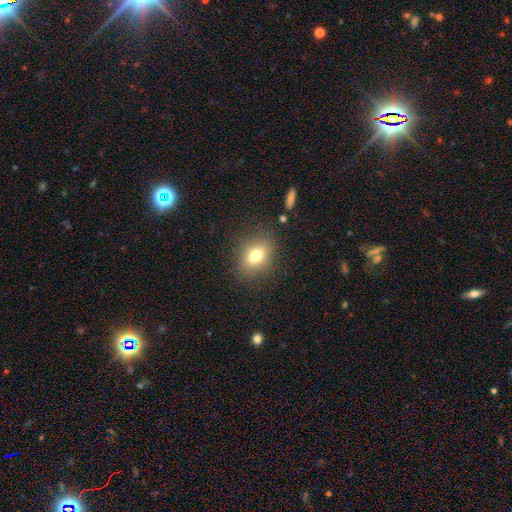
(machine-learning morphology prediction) type=smooth (73%); roundness=in between (66%); merging=none (82%).